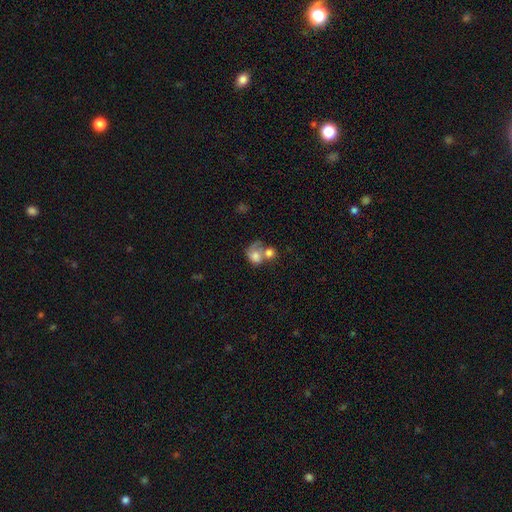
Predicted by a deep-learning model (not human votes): The model was most divided on "how rounded": round: 56%, in between: 43%, cigar-shaped: 1%. More confident: smooth or featured — smooth (65%); merging — merger (57%).